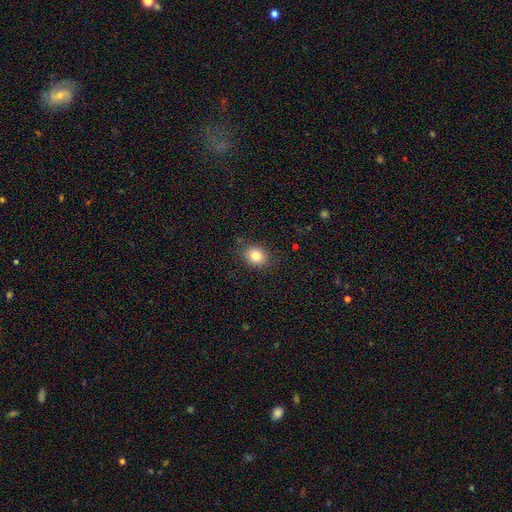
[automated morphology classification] type=smooth (82%); roundness=round (64%); merging=none (85%).